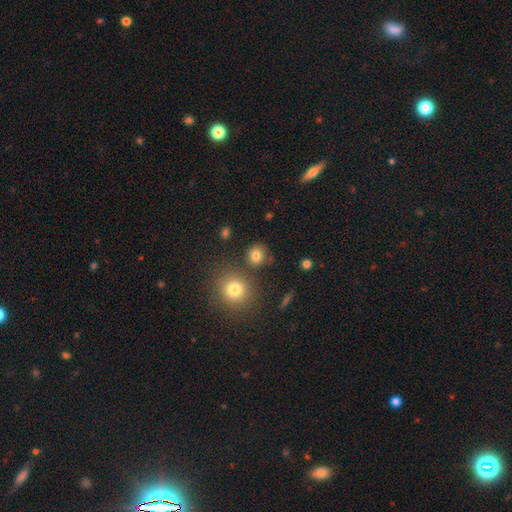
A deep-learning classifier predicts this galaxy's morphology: smooth 80%, star or artifact 14%, featured or disk 6%. Down the decision tree: how rounded — round (85%); merging — none (80%).